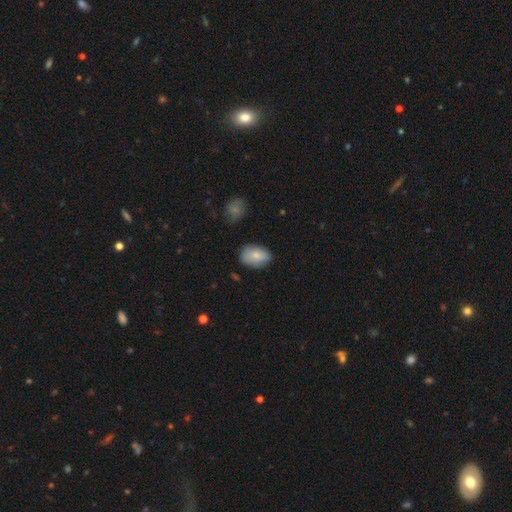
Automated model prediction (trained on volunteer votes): Morphology: type=smooth (79%); roundness=in between (84%); merging=none (69%).